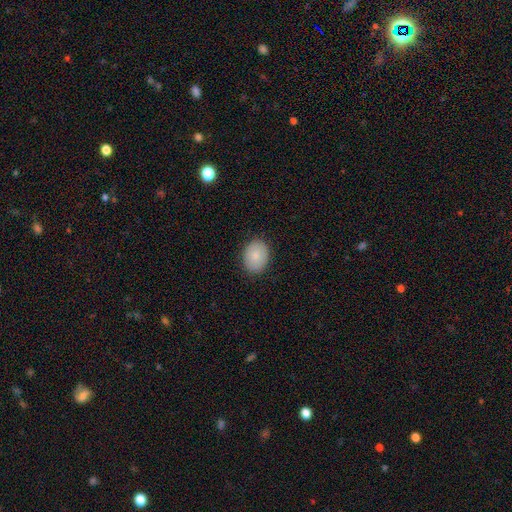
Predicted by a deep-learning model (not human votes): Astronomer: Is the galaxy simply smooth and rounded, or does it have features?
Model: smooth — 85%.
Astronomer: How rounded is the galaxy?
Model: in between — 60% (runner-up: round, 39%).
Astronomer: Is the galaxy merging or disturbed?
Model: none — 87%.